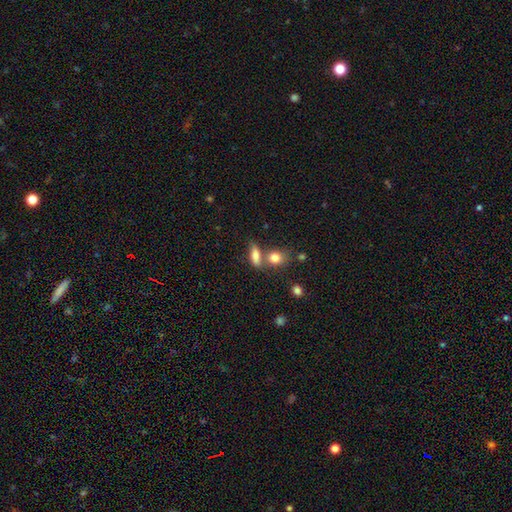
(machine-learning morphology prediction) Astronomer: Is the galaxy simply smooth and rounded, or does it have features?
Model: smooth — 81%.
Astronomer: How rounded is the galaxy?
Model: in between — 67%.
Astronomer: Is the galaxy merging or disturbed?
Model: none — 47% (runner-up: merger, 35%).